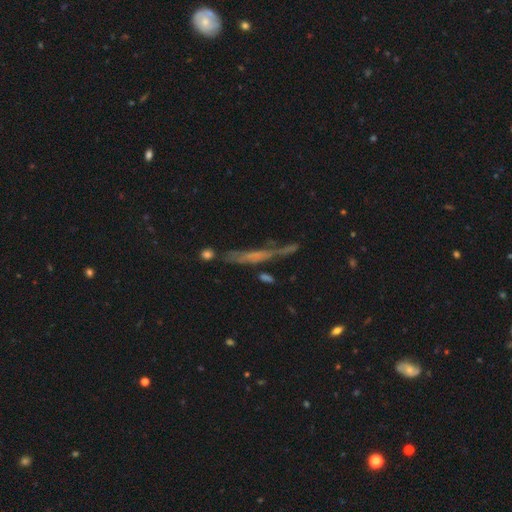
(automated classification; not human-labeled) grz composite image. It shows a featured or disk galaxy (51%) viewed edge-on (73%). Merging: none (53%).